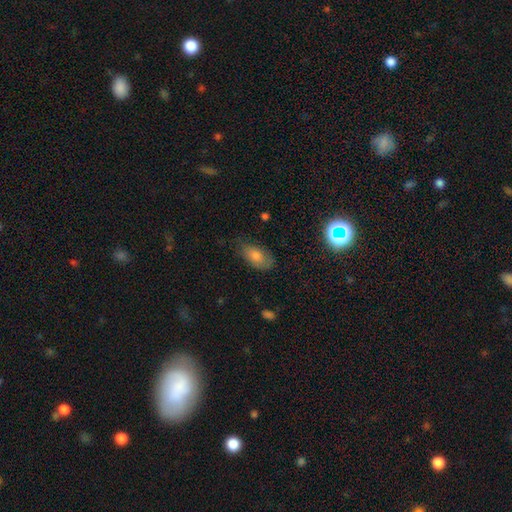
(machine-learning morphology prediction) The model was most divided on "merging": none: 66%, minor disturbance: 25%, major disturbance: 7%, merger: 2%. More confident: how rounded — in between (87%); smooth or featured — smooth (66%).